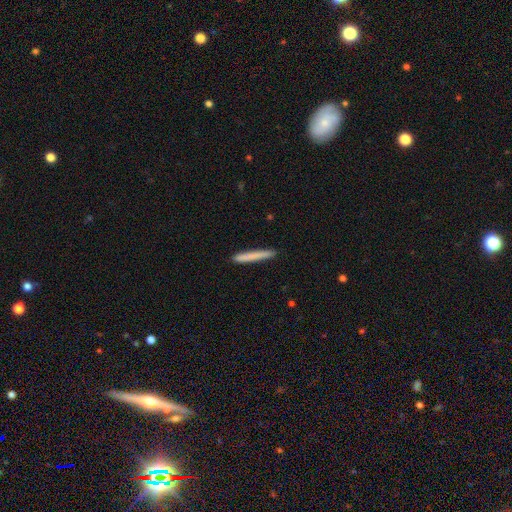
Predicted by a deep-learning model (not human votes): Smooth or featured? smooth (76%)
How rounded? cigar-shaped (97%)
Merging? none (91%)